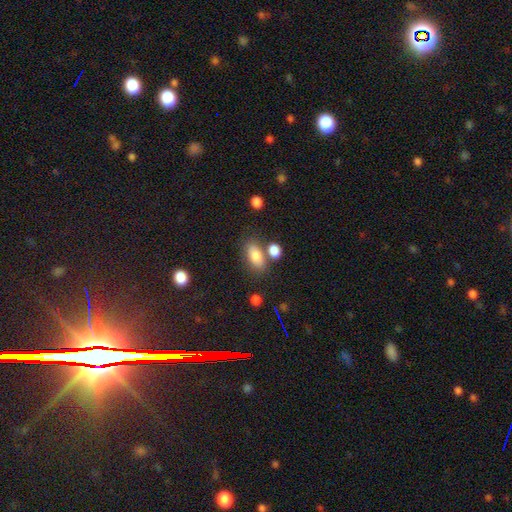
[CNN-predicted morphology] Smooth or featured? smooth (82%)
How rounded? in between (85%)
Merging? none (66%)